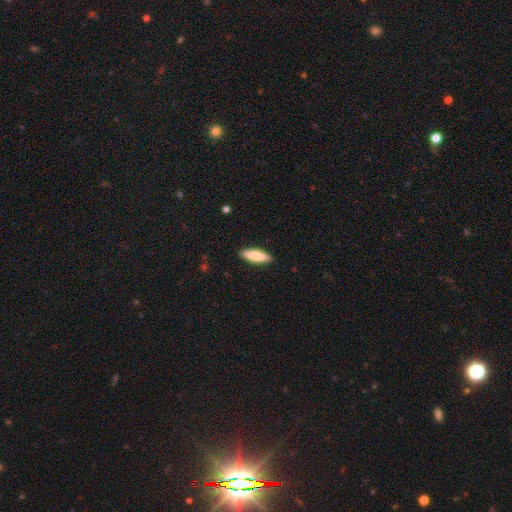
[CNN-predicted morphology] smooth-or-featured: smooth: 80% | featured or disk: 14% | star or artifact: 5%
  how-rounded: cigar-shaped: 51% | in between: 47% | round: 2%
  merging: none: 90% | minor disturbance: 7% | major disturbance: 2% | merger: 1%